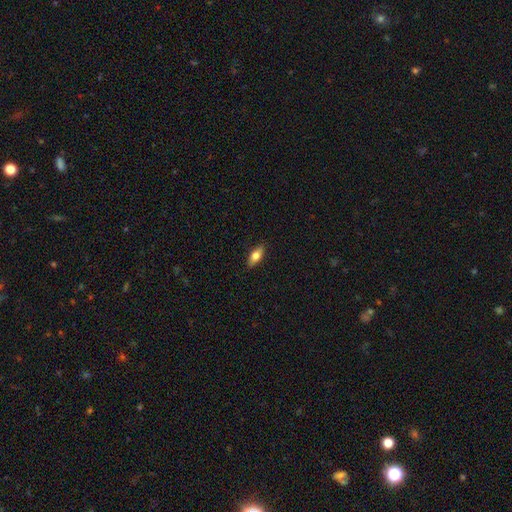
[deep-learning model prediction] smooth_or_featured: smooth (p=0.72) [alt: featured or disk p=0.22]
how_rounded: in between (p=0.77) [alt: cigar-shaped p=0.19]
merging: none (p=0.89) [alt: minor disturbance p=0.09]